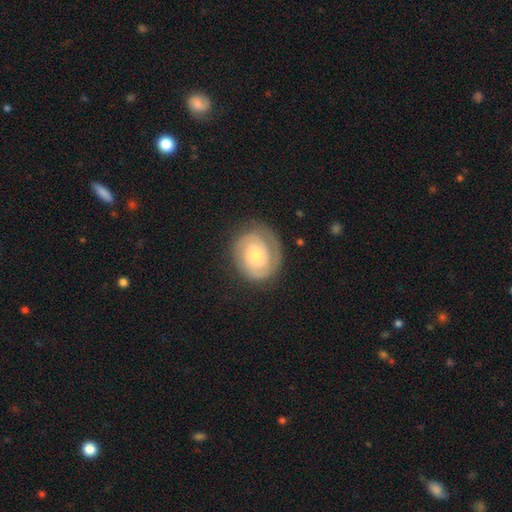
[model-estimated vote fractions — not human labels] Overall: featured or disk (77%). Edge-on disk: no (98%). Bar: no (74%). Spiral arms: yes (94%). Spiral arm count: 2 (60%). Spiral winding: tight (71%). Bulge size: small (55%; moderate 34%). Merging: none (78%).